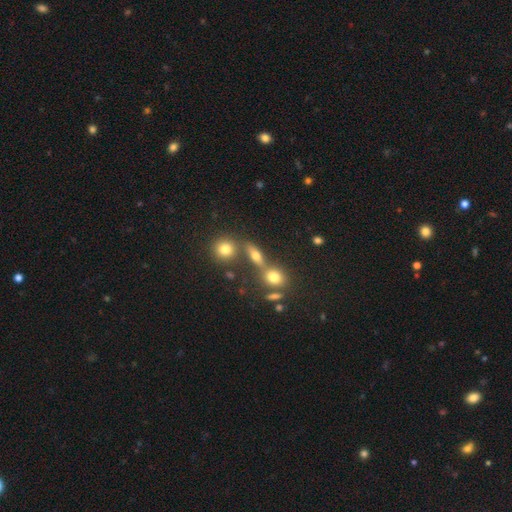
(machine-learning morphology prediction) Smooth or featured? Predicted: smooth (p=0.61). How rounded? Predicted: in between (p=0.45). Merging? Predicted: none (p=0.59).